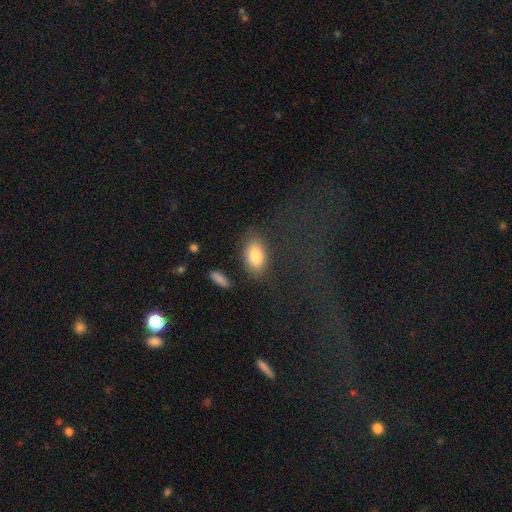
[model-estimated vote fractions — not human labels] Smooth or featured? smooth (83%)
How rounded? in between (90%)
Merging? none (79%)